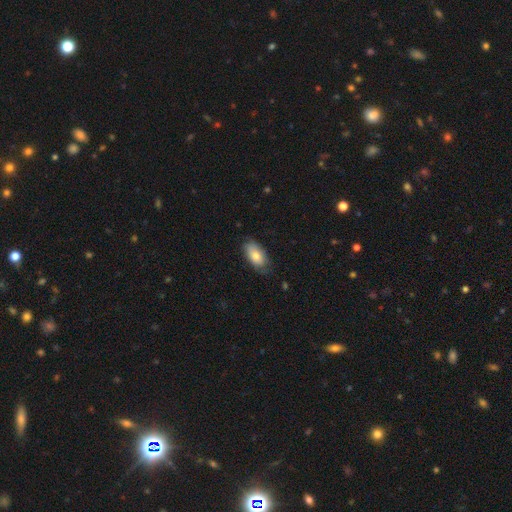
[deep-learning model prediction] Smooth or featured?
  - smooth: 75% *
  - featured or disk: 19%
  - star or artifact: 6%
How rounded?
  - in between: 92% *
  - round: 4%
  - cigar-shaped: 3%
Merging?
  - none: 67% *
  - minor disturbance: 27%
  - major disturbance: 6%
  - merger: 1%